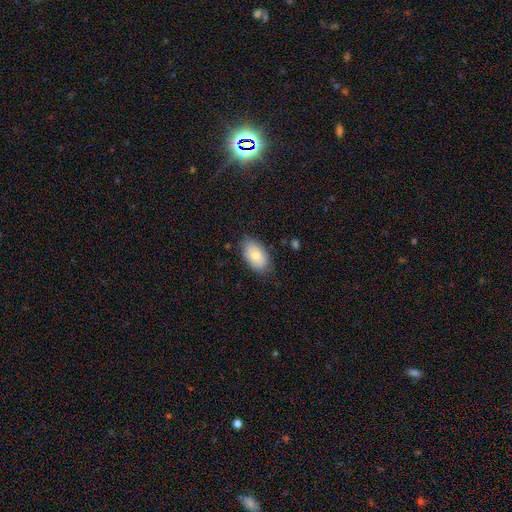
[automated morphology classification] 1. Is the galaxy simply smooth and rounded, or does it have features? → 79% smooth, 14% featured or disk, 7% star or artifact.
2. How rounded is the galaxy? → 93% in between, 6% round, 2% cigar-shaped.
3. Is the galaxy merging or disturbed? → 81% none, 14% minor disturbance, 3% major disturbance, 1% merger.